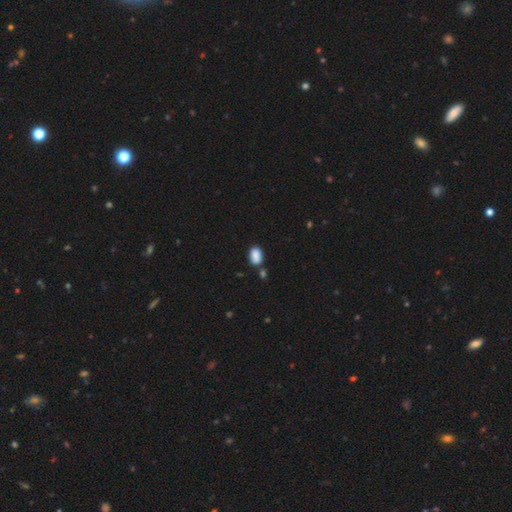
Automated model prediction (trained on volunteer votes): Morphology: type=smooth (87%); roundness=in between (88%); merging=none (67%).